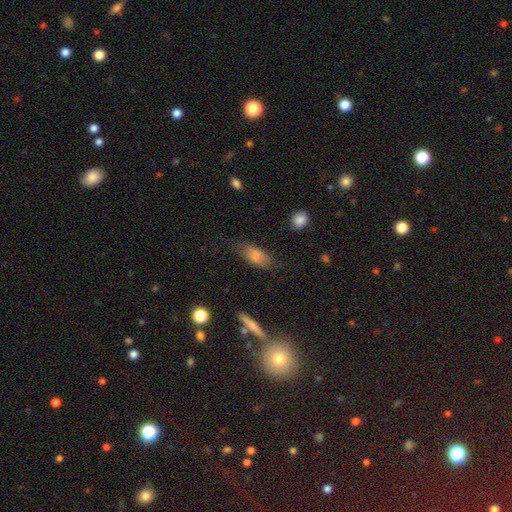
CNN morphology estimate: Smooth or featured?
  - smooth: 78% *
  - featured or disk: 14%
  - star or artifact: 8%
How rounded?
  - in between: 79% *
  - cigar-shaped: 17%
  - round: 4%
Merging?
  - none: 68% *
  - minor disturbance: 21%
  - major disturbance: 9%
  - merger: 2%